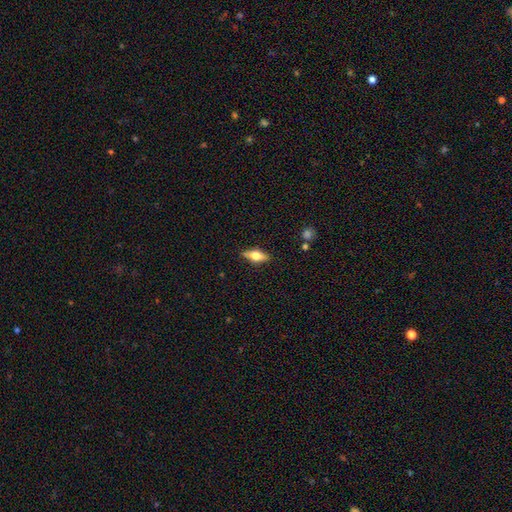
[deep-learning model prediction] Smooth or featured: smooth — 50% (featured or disk — 43%)
Merging: none — 85% (minor disturbance — 11%)